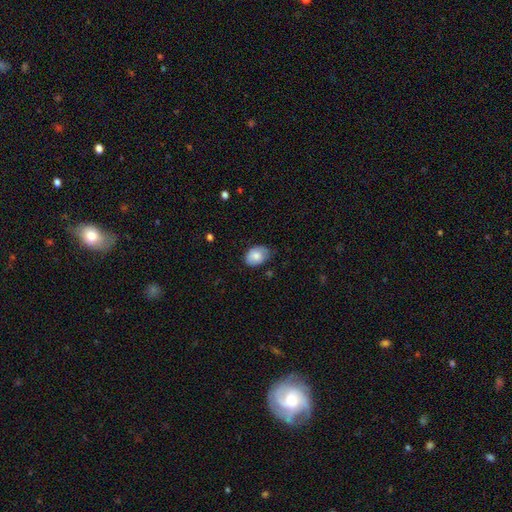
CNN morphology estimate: Smooth or featured? Predicted: smooth (p=0.77). How rounded? Predicted: in between (p=0.77). Merging? Predicted: none (p=0.65).